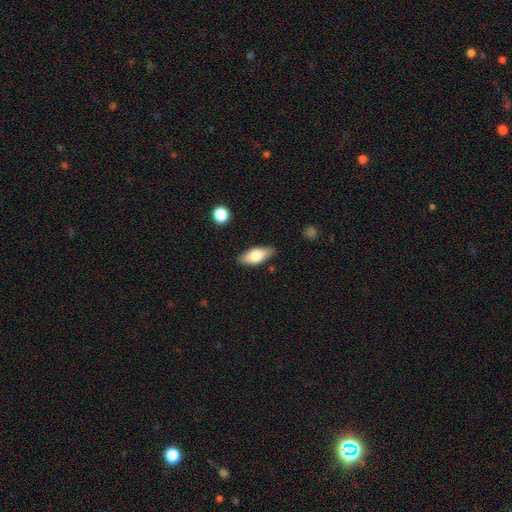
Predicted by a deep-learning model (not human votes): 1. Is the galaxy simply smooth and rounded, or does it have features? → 72% smooth, 22% featured or disk, 7% star or artifact.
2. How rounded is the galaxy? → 83% in between, 14% cigar-shaped, 3% round.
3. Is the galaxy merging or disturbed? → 82% none, 13% minor disturbance, 3% major disturbance, 2% merger.